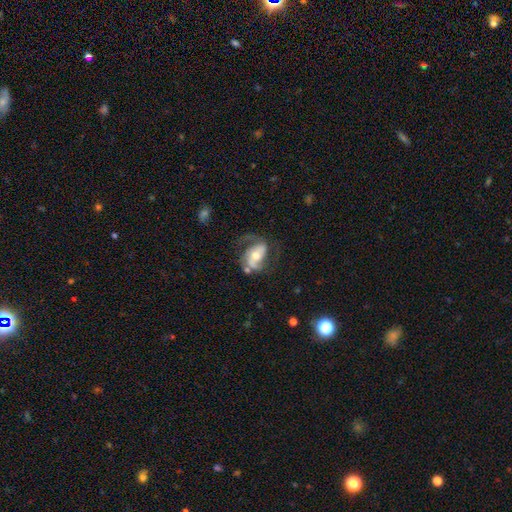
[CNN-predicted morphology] Smooth or featured: featured or disk — 76% (smooth — 18%)
Edge-on disk: no — 96% (yes — 4%)
Bar: no — 41% (weak — 34%)
Spiral arms: yes — 91% (no — 9%)
Spiral winding: medium — 46% (loose — 36%)
Spiral arm count: 2 — 80% (1 — 8%)
Bulge size: moderate — 58% (small — 28%)
Merging: none — 51% (major disturbance — 22%)